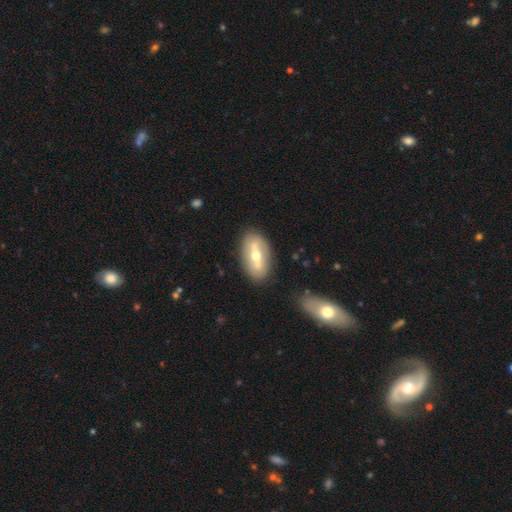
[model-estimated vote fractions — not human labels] smooth_or_featured: featured or disk (p=0.61) [alt: smooth p=0.33]
disk_edge_on: no (p=0.79) [alt: yes p=0.21]
merging: none (p=0.81) [alt: minor disturbance p=0.12]